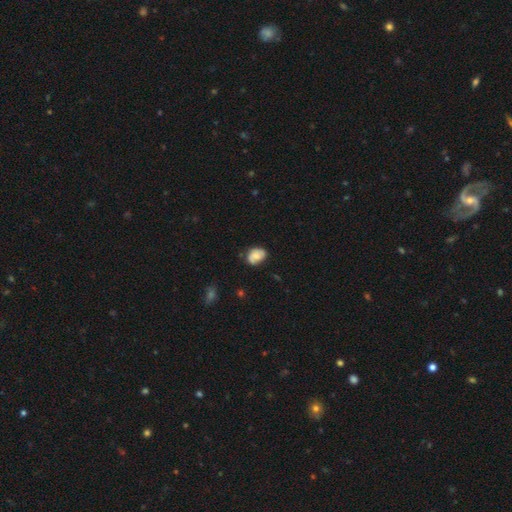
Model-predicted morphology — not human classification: Smooth or featured?
  - smooth: 66% *
  - featured or disk: 26%
  - star or artifact: 8%
How rounded?
  - in between: 73% *
  - round: 26%
  - cigar-shaped: 1%
Merging?
  - none: 67% *
  - minor disturbance: 26%
  - major disturbance: 5%
  - merger: 2%